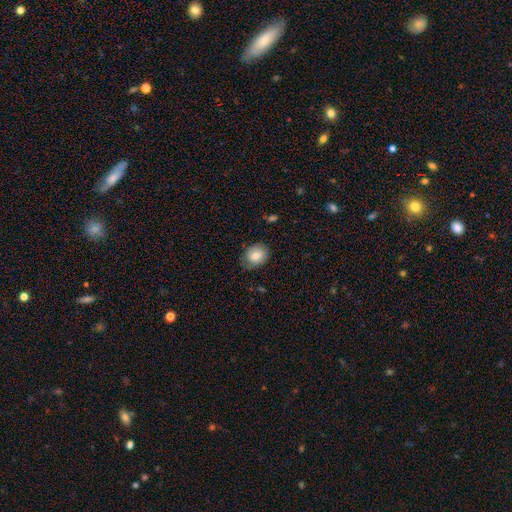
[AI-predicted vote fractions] smooth 81%, featured or disk 11%, star or artifact 8%. Down the decision tree: how rounded — round (50%); merging — none (77%).